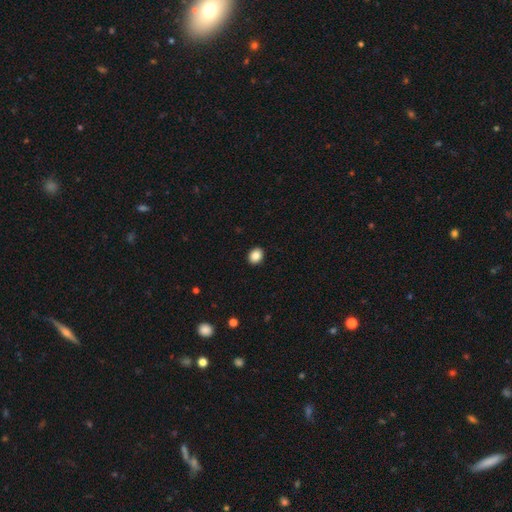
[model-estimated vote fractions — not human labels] A smooth galaxy with no disk features (87%) that is round (51%).

Vote fractions:
- Smooth or featured? smooth: 87% / star or artifact: 9% / featured or disk: 4%
- How rounded? round: 51% / in between: 48% / cigar-shaped: 1%
- Merging? none: 92% / minor disturbance: 6% / major disturbance: 2% / merger: 1%